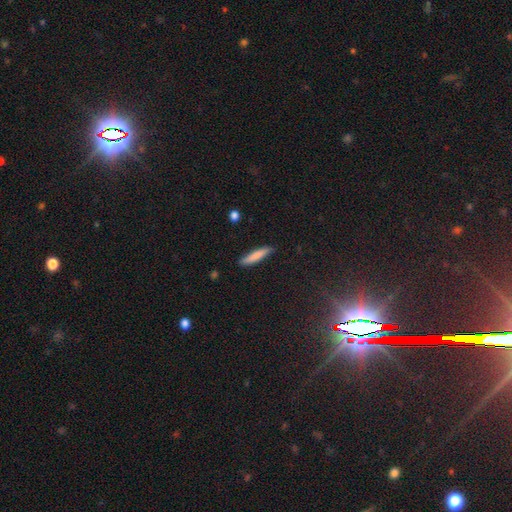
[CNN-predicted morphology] Smooth or featured: smooth — 80% (featured or disk — 14%)
How rounded: cigar-shaped — 88% (in between — 10%)
Merging: none — 85% (minor disturbance — 12%)